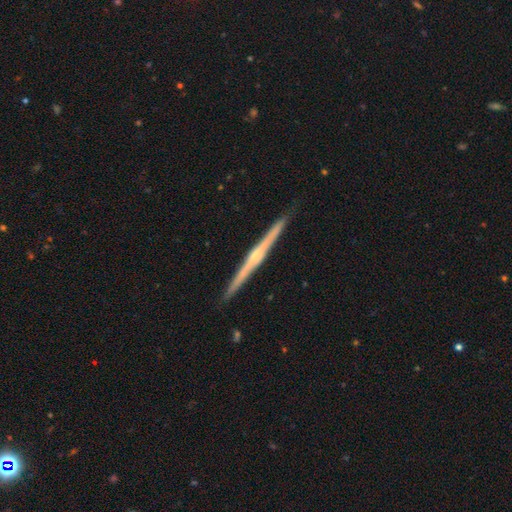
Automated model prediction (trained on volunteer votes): Q: Smooth or featured?
A: featured or disk (77%); runner-up: smooth (18%)
Q: Edge-on disk?
A: yes (98%); runner-up: no (2%)
Q: Edge-on bulge?
A: rounded (59%); runner-up: none (29%)
Q: Merging?
A: none (92%); runner-up: minor disturbance (6%)